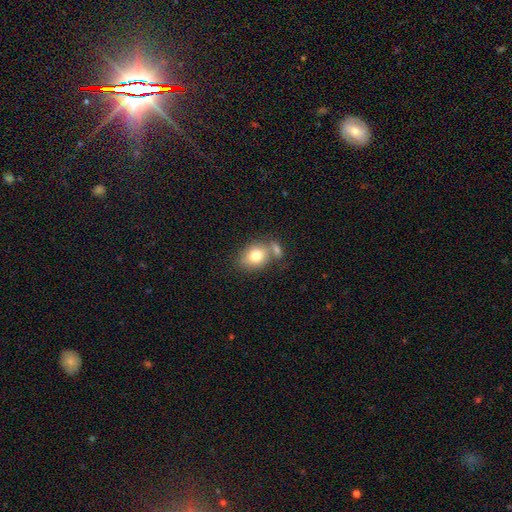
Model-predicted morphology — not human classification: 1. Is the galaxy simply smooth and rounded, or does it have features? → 77% smooth, 14% featured or disk, 8% star or artifact.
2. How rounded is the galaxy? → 65% in between, 34% round, 1% cigar-shaped.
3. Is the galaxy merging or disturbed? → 49% none, 30% merger, 15% minor disturbance, 5% major disturbance.